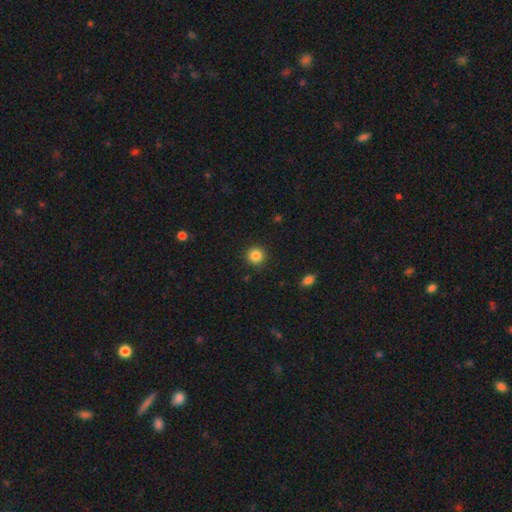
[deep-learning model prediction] Q: Smooth or featured?
A: smooth (85%); runner-up: star or artifact (11%)
Q: How rounded?
A: round (95%); runner-up: in between (4%)
Q: Merging?
A: none (91%); runner-up: minor disturbance (6%)